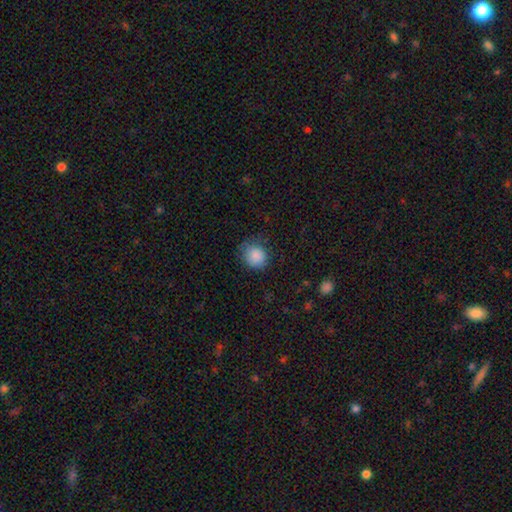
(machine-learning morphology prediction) The model was most divided on "merging": none: 69%, minor disturbance: 23%, major disturbance: 7%, merger: 1%. More confident: smooth or featured — smooth (87%); how rounded — round (76%).